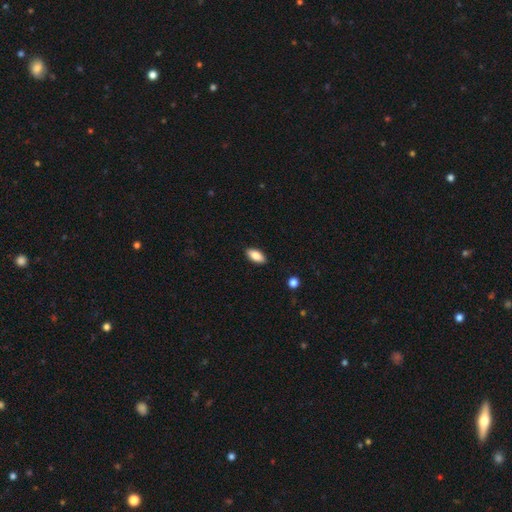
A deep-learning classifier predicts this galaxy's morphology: A smooth galaxy with no disk features (85%) that is in between round and cigar-shaped (88%).

Vote fractions:
- Smooth or featured? smooth: 85% / featured or disk: 9% / star or artifact: 7%
- How rounded? in between: 88% / cigar-shaped: 9% / round: 2%
- Merging? none: 89% / minor disturbance: 8% / major disturbance: 2% / merger: 1%